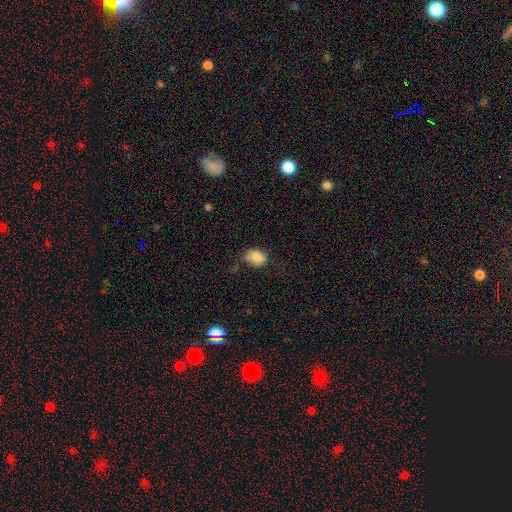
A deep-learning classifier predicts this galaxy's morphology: Overall: smooth (79%). How rounded: in between (72%). Merging: none (48%; minor disturbance 30%).